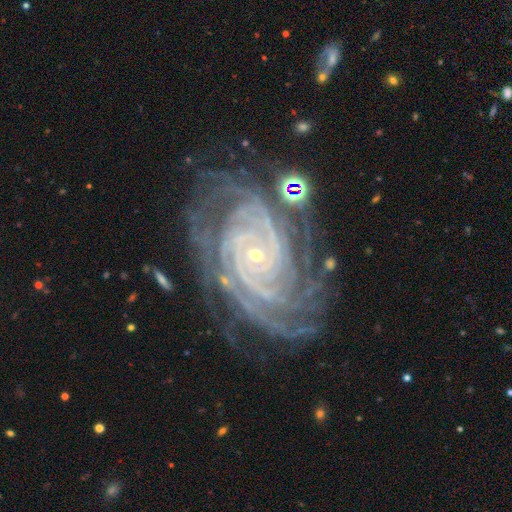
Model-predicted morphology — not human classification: A featured or disk galaxy (92%) with no bar (69%), more than 4 (27%, tied with 4) tight (82%) spiral arms (99%) and a small central bulge (86%). Merging: none (70%).